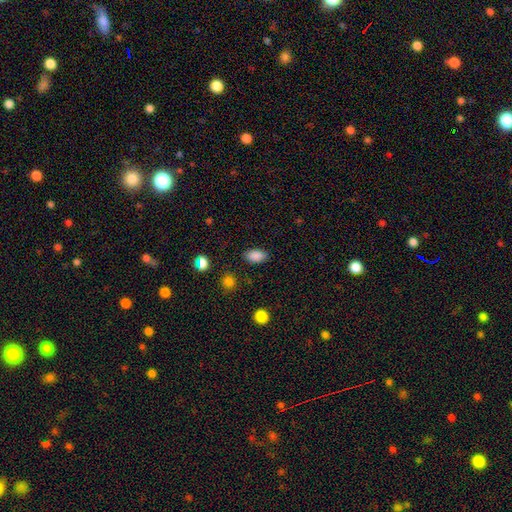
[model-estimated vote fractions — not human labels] Q: Smooth or featured?
A: smooth (87%); runner-up: star or artifact (9%)
Q: How rounded?
A: in between (92%); runner-up: round (6%)
Q: Merging?
A: none (86%); runner-up: minor disturbance (10%)